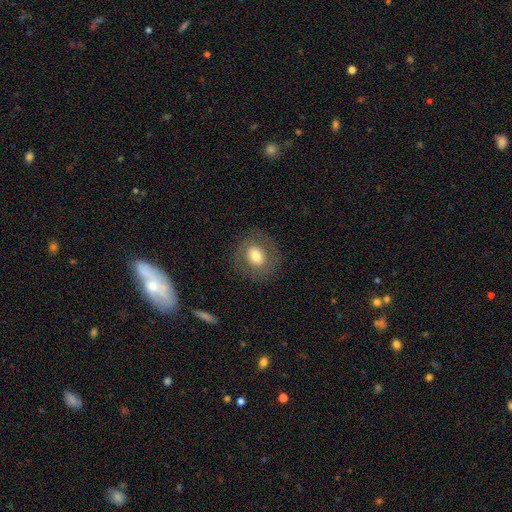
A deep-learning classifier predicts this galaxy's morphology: type=smooth (64%); roundness=round (74%); merging=none (83%).